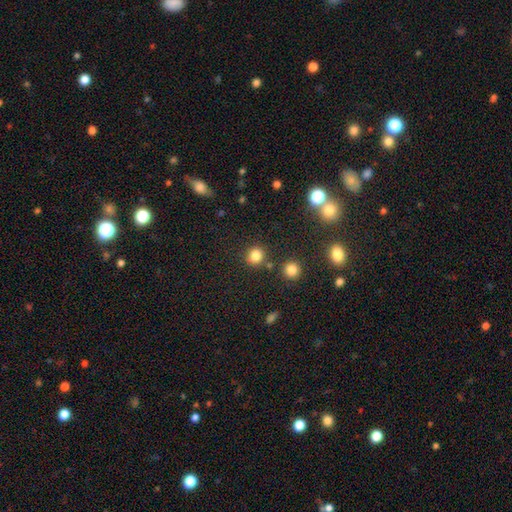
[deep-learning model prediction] Morphology: type=smooth (81%); roundness=round (86%); merging=none (82%).